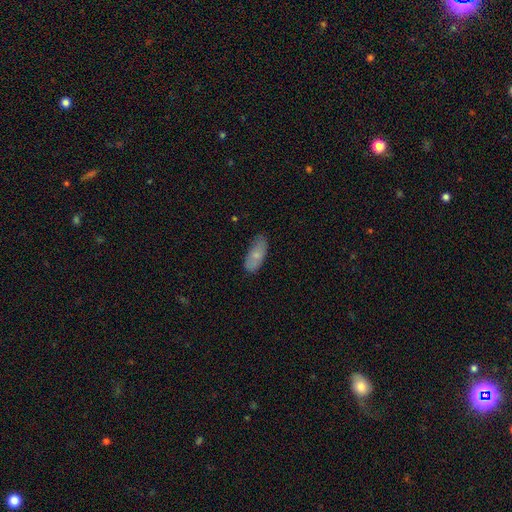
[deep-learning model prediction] smooth-or-featured: smooth: 73% | featured or disk: 20% | star or artifact: 7%
  how-rounded: in between: 82% | cigar-shaped: 16% | round: 3%
  merging: none: 73% | minor disturbance: 21% | major disturbance: 4% | merger: 2%